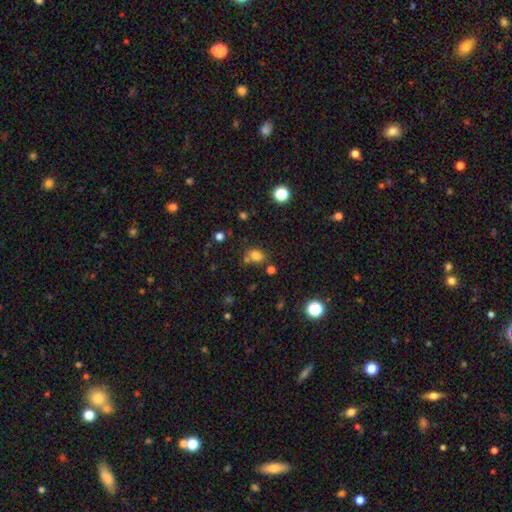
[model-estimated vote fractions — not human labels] Morphology: type=smooth (77%); roundness=in between (58%); merging=none (62%).